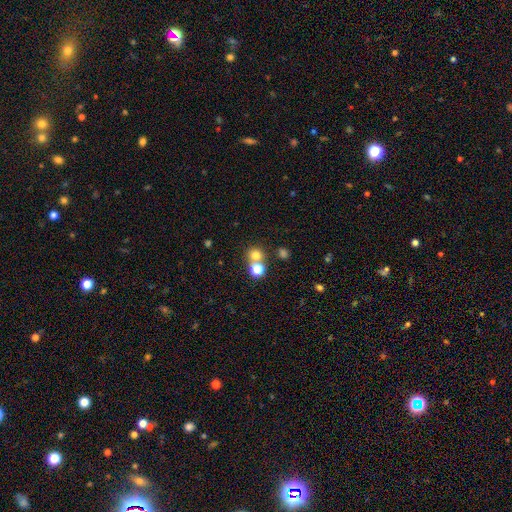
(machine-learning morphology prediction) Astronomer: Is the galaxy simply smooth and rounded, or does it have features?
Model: smooth — 73%.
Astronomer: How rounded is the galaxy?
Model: round — 85%.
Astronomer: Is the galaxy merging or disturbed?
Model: none — 57% (runner-up: merger, 33%).